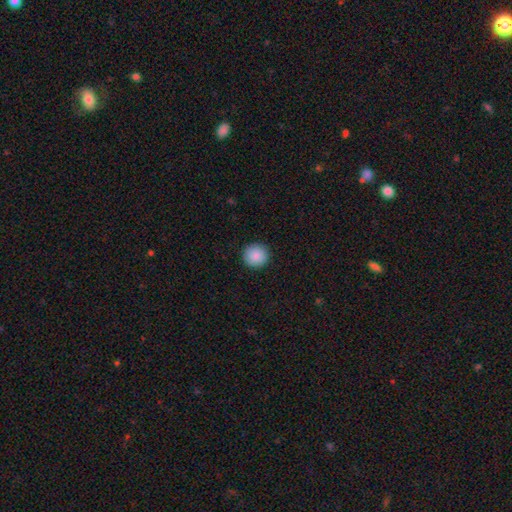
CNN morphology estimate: Smooth or featured? smooth (89%)
How rounded? round (94%)
Merging? none (92%)